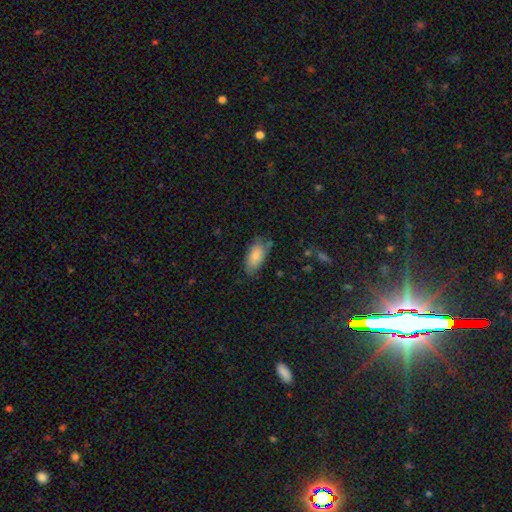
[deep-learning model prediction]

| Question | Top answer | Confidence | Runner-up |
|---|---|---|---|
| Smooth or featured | smooth | 81% | featured or disk (12%) |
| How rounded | in between | 92% | cigar-shaped (6%) |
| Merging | none | 65% | minor disturbance (27%) |